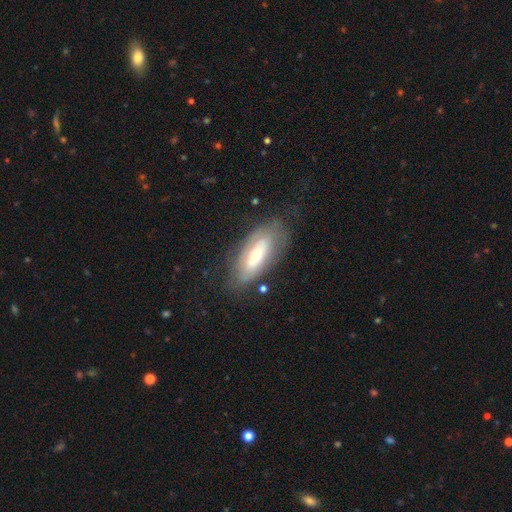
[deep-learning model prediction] A smooth galaxy with no disk features (47%). Merging: none (69%).